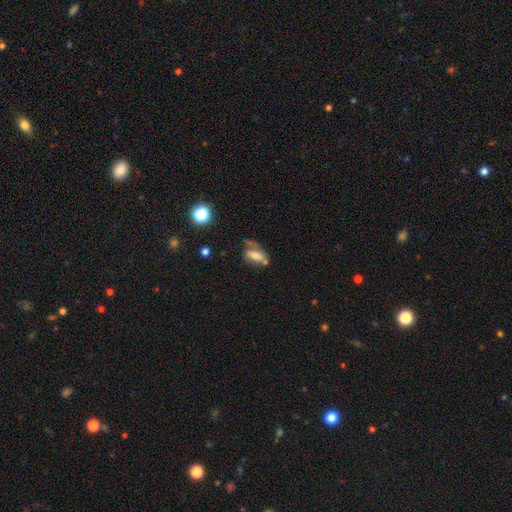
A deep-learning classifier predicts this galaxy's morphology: Smooth or featured: smooth — 59% (featured or disk — 29%)
How rounded: in between — 79% (cigar-shaped — 15%)
Merging: none — 36% (minor disturbance — 24%)